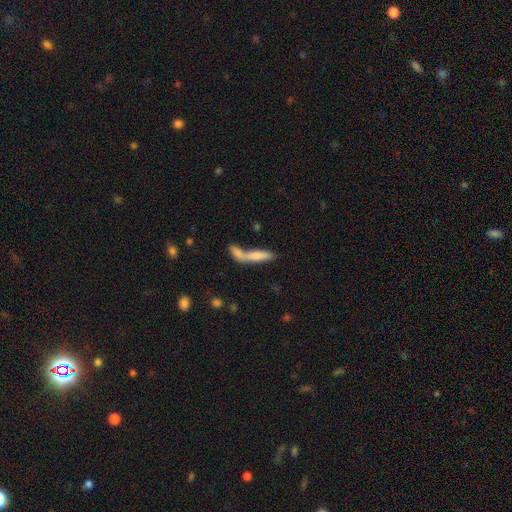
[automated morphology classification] A smooth galaxy with no disk features (73%) that is cigar-shaped (71%).

Vote fractions:
- Smooth or featured? smooth: 73% / featured or disk: 20% / star or artifact: 8%
- How rounded? cigar-shaped: 71% / in between: 27% / round: 2%
- Merging? merger: 55% / none: 29% / minor disturbance: 9% / major disturbance: 6%